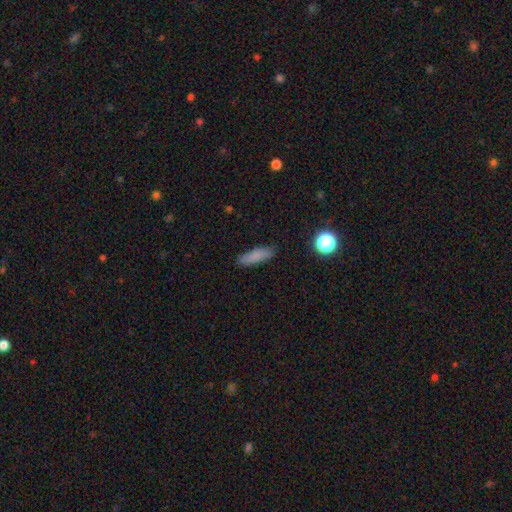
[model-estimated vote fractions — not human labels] smooth_or_featured: smooth (p=0.81) [alt: star or artifact p=0.10]
how_rounded: cigar-shaped (p=0.63) [alt: in between p=0.34]
merging: none (p=0.85) [alt: minor disturbance p=0.11]